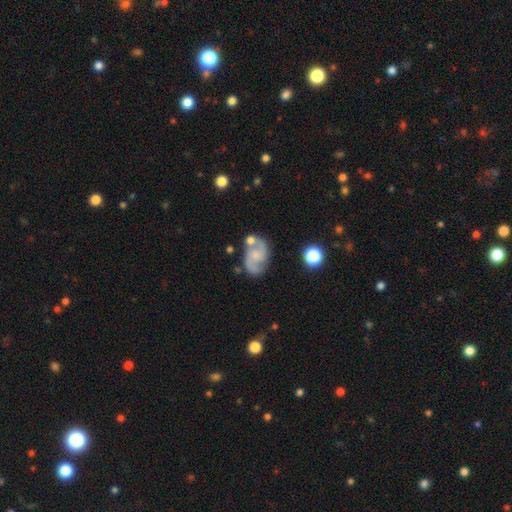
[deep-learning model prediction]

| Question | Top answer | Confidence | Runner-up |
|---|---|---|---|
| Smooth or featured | featured or disk | 82% | smooth (12%) |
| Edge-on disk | no | 98% | yes (2%) |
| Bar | no | 56% | weak (38%) |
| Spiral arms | yes | 95% | no (5%) |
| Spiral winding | medium | 53% | loose (32%) |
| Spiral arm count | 2 | 92% | can't tell (3%) |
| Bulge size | small | 42% | none (32%) |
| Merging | none | 66% | minor disturbance (17%) |